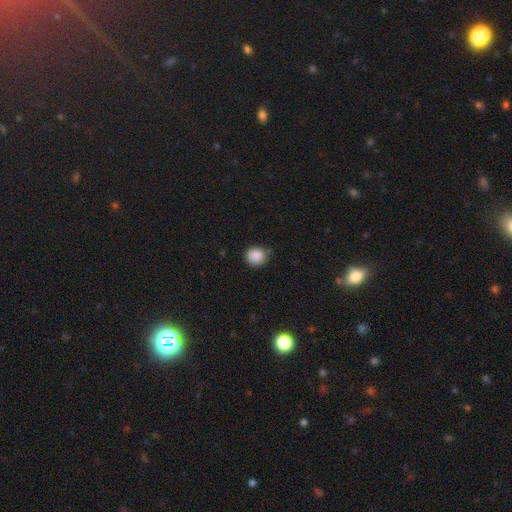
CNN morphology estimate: This appears to be a smooth galaxy with no disk features (88%) that is round (83%). Merging: none (72%).